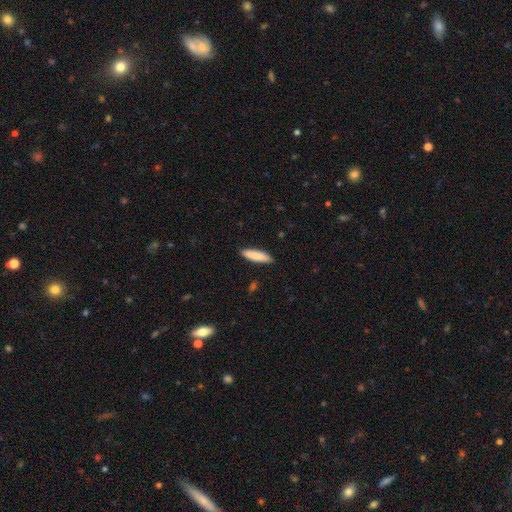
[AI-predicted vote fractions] smooth-or-featured: smooth: 85% | featured or disk: 9% | star or artifact: 5%
  how-rounded: cigar-shaped: 77% | in between: 22% | round: 1%
  merging: none: 90% | minor disturbance: 7% | major disturbance: 2% | merger: 1%